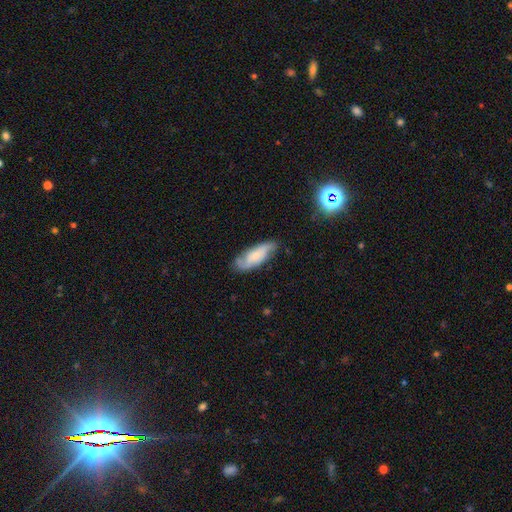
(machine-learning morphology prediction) Overall: featured or disk (52%; smooth 41%). Edge-on disk: no (85%). Merging: none (69%).